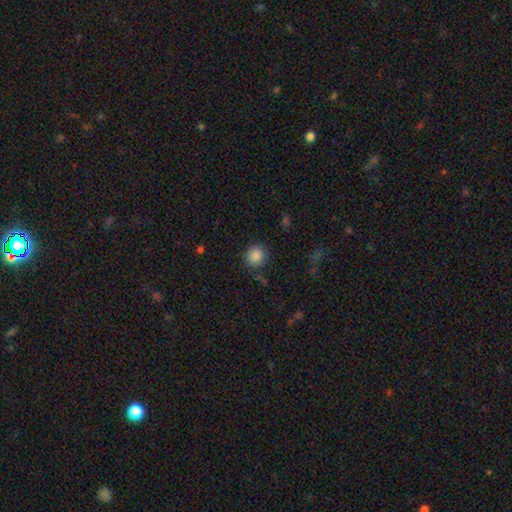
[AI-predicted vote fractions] Overall: smooth (86%). How rounded: round (91%). Merging: none (84%).